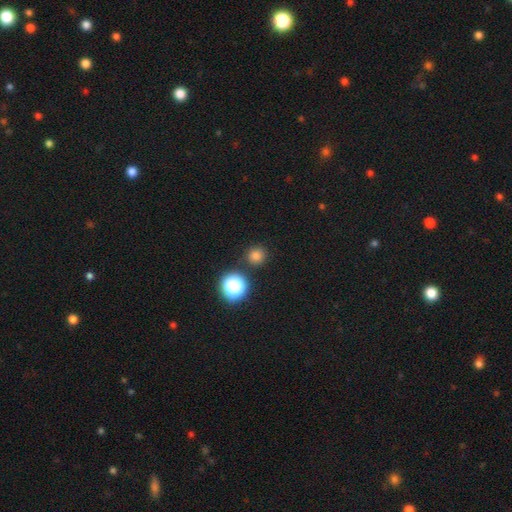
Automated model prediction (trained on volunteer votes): Smooth or featured: smooth — 77% (star or artifact — 18%)
How rounded: round — 93% (in between — 6%)
Merging: none — 87% (minor disturbance — 6%)